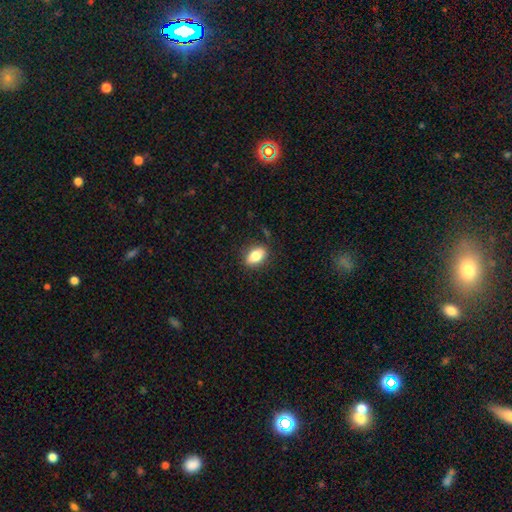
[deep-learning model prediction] Smooth or featured? smooth (82%)
How rounded? in between (86%)
Merging? none (85%)